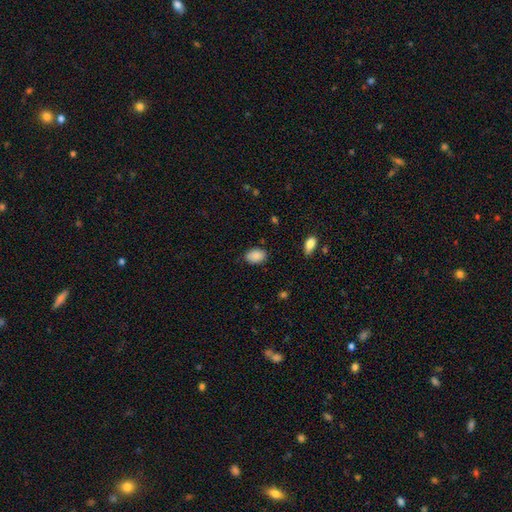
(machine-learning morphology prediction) Smooth or featured: smooth — 88% (star or artifact — 7%)
How rounded: in between — 84% (round — 15%)
Merging: none — 80% (minor disturbance — 15%)